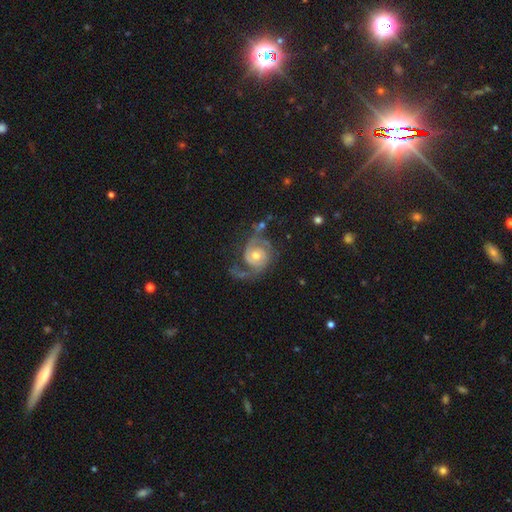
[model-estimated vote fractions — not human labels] Smooth or featured? Predicted: featured or disk (p=0.86). Edge-on disk? Predicted: no (p=0.98). Bar? Predicted: no (p=0.71). Spiral arms? Predicted: yes (p=0.96). Spiral winding? Predicted: medium (p=0.46). Spiral arm count? Predicted: 2 (p=0.82). Bulge size? Predicted: moderate (p=0.62). Merging? Predicted: none (p=0.54).